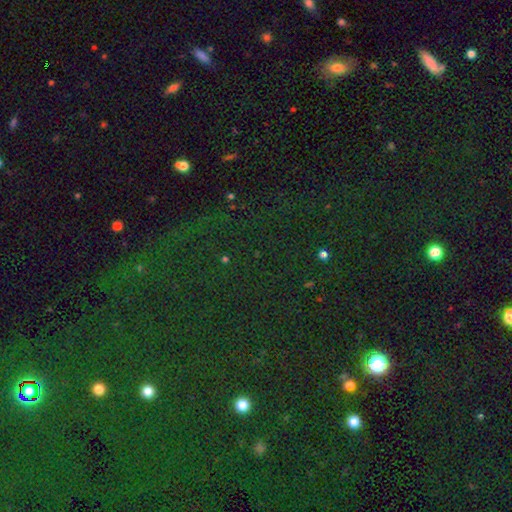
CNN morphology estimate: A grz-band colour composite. It shows a star or artifact, not a galaxy (78%).